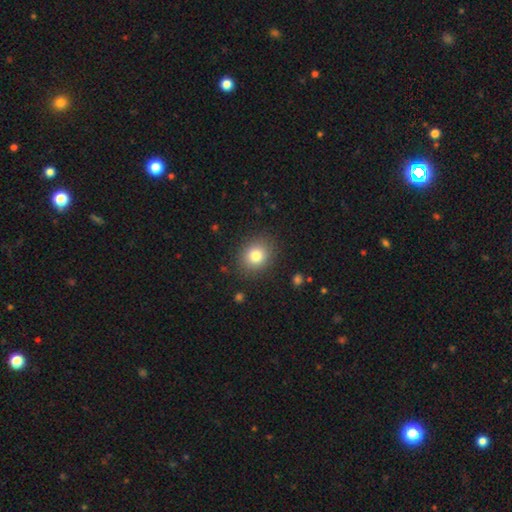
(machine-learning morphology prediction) smooth-or-featured: smooth: 82% | star or artifact: 11% | featured or disk: 8%
  how-rounded: round: 68% | in between: 31% | cigar-shaped: 1%
  merging: none: 88% | minor disturbance: 8% | major disturbance: 3% | merger: 1%